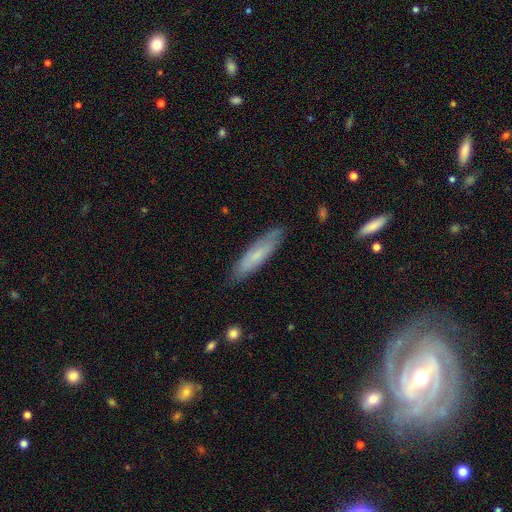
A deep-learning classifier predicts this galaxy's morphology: Q: Smooth or featured?
A: smooth (62%); runner-up: featured or disk (32%)
Q: How rounded?
A: cigar-shaped (73%); runner-up: in between (25%)
Q: Merging?
A: none (83%); runner-up: minor disturbance (13%)